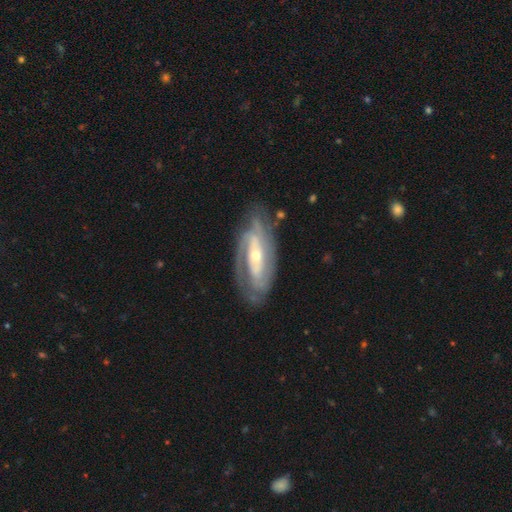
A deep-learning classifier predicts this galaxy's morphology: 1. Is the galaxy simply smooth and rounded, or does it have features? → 86% featured or disk, 10% smooth, 5% star or artifact.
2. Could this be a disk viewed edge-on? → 91% no, 9% yes.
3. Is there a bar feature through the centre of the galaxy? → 36% no, 34% strong, 29% weak.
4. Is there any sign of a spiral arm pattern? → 92% yes, 8% no.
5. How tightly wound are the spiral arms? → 56% tight, 33% medium, 11% loose.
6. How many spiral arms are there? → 53% 2, 24% can't tell, 12% 3, 4% 1, 4% 4, 3% more than 4.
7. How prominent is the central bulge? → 53% small, 43% moderate, 2% large, 1% none, 1% dominant.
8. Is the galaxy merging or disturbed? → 73% none, 18% minor disturbance, 7% major disturbance, 2% merger.